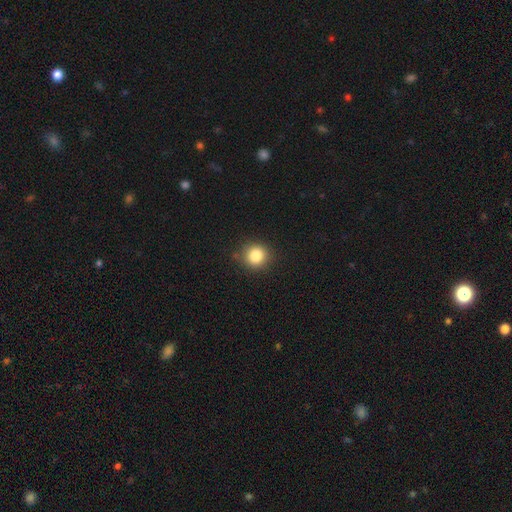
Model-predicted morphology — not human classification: smooth-or-featured: smooth: 83% | star or artifact: 11% | featured or disk: 6%
  how-rounded: round: 90% | in between: 9% | cigar-shaped: 1%
  merging: none: 87% | minor disturbance: 9% | major disturbance: 2% | merger: 2%